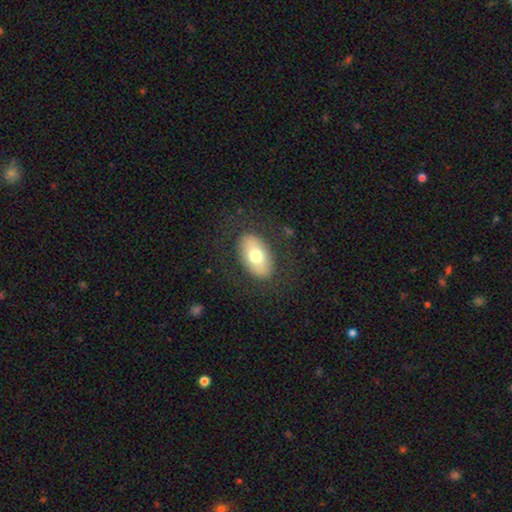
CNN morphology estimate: Smooth or featured? smooth (68%)
How rounded? in between (92%)
Merging? none (81%)